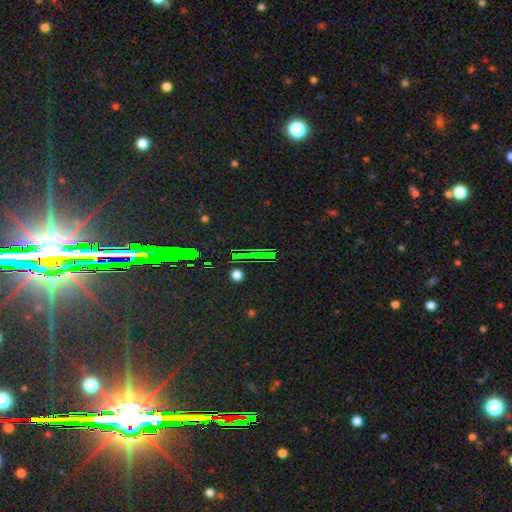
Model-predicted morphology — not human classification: smooth-or-featured: star or artifact: 78% | smooth: 11% | featured or disk: 11%